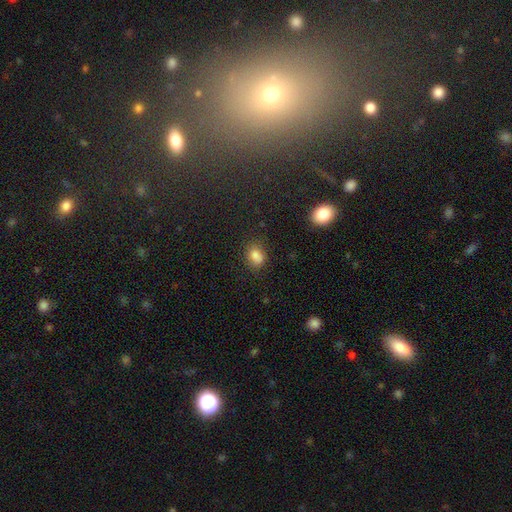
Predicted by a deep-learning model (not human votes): smooth_or_featured: smooth (p=0.79) [alt: star or artifact p=0.12]
how_rounded: in between (p=0.56) [alt: round p=0.42]
merging: none (p=0.58) [alt: minor disturbance p=0.20]